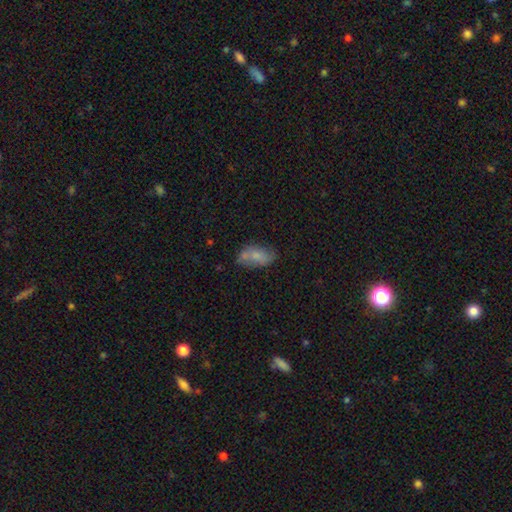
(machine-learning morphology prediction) A smooth galaxy with no disk features (67%) that is in between round and cigar-shaped (90%). Merging: none (52%).